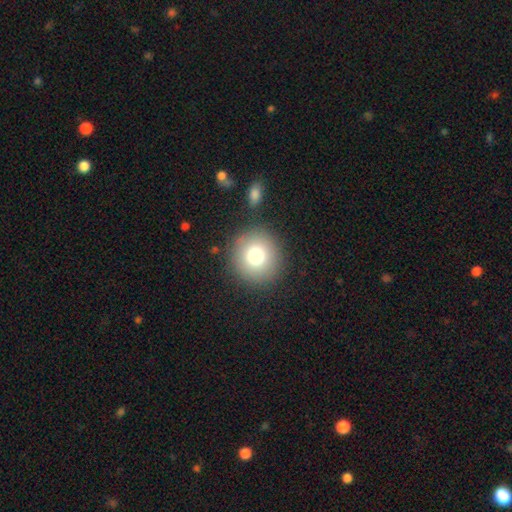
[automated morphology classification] A smooth galaxy with no disk features (76%) that is round (92%).

Vote fractions:
- Smooth or featured? smooth: 76% / star or artifact: 12% / featured or disk: 12%
- How rounded? round: 92% / in between: 7% / cigar-shaped: 1%
- Merging? none: 87% / minor disturbance: 7% / major disturbance: 3% / merger: 3%